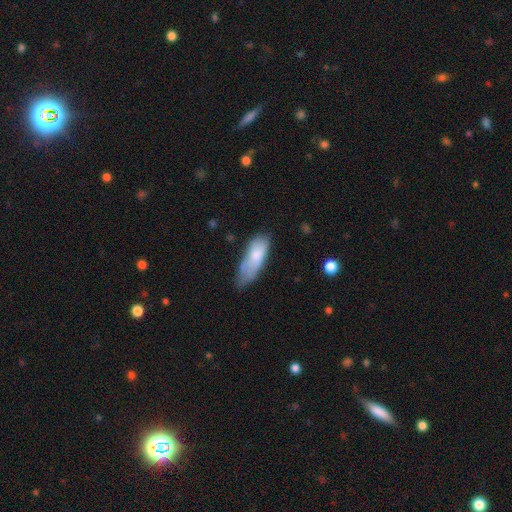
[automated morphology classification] A smooth galaxy with no disk features (72%) that is in between round and cigar-shaped (71%).

Vote fractions:
- Smooth or featured? smooth: 72% / featured or disk: 21% / star or artifact: 7%
- How rounded? in between: 71% / cigar-shaped: 26% / round: 2%
- Merging? none: 41% / minor disturbance: 39% / major disturbance: 16% / merger: 3%